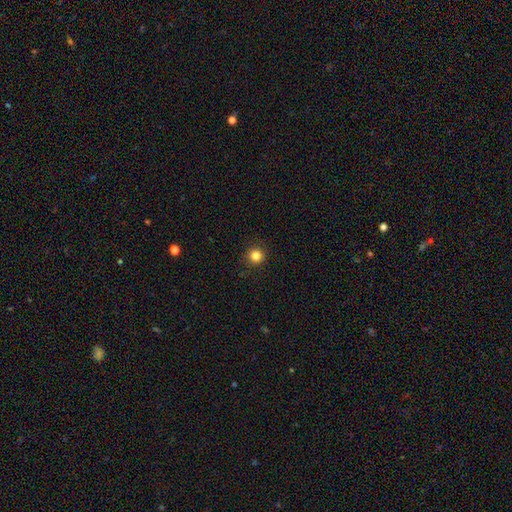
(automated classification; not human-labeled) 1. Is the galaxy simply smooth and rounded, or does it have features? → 84% smooth, 12% star or artifact, 4% featured or disk.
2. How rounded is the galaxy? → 94% round, 5% in between, 1% cigar-shaped.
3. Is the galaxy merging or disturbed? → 90% none, 6% minor disturbance, 2% major disturbance, 1% merger.